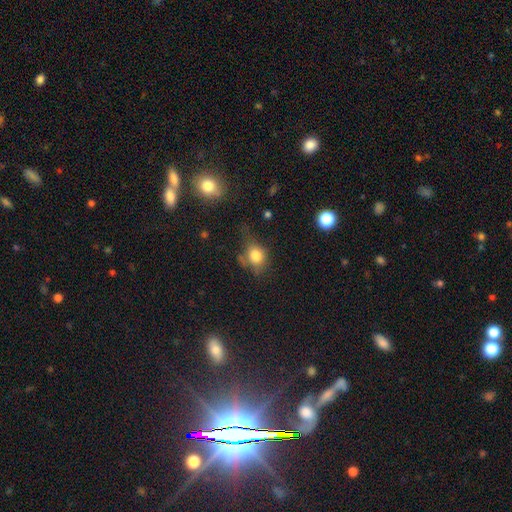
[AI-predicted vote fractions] A smooth galaxy with no disk features (79%) that is round (57%).

Vote fractions:
- Smooth or featured? smooth: 79% / star or artifact: 12% / featured or disk: 10%
- How rounded? round: 57% / in between: 41% / cigar-shaped: 2%
- Merging? none: 50% / minor disturbance: 29% / major disturbance: 15% / merger: 6%